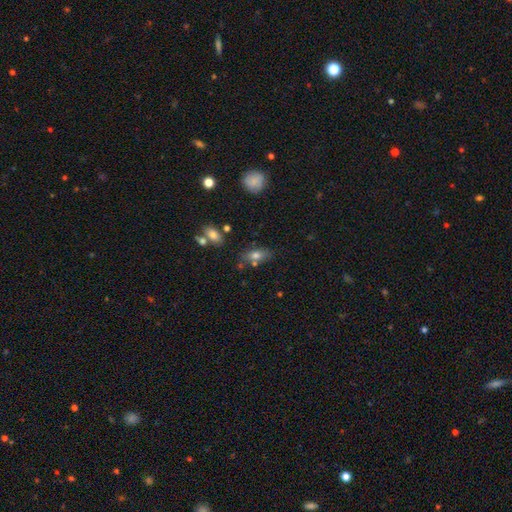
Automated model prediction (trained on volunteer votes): A smooth galaxy with no disk features (74%) that is in between round and cigar-shaped (84%).

Vote fractions:
- Smooth or featured? smooth: 74% / featured or disk: 16% / star or artifact: 10%
- How rounded? in between: 84% / cigar-shaped: 8% / round: 8%
- Merging? none: 63% / minor disturbance: 17% / merger: 15% / major disturbance: 5%